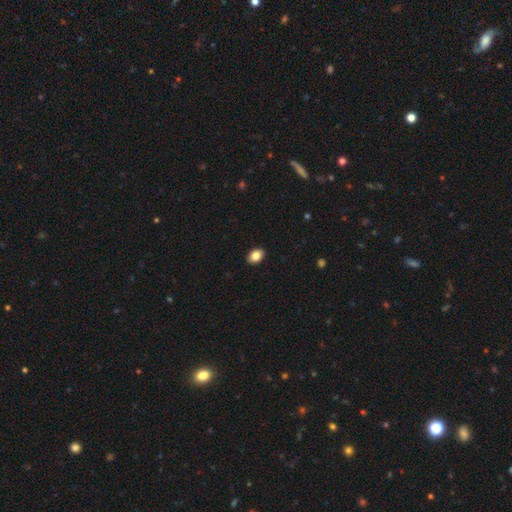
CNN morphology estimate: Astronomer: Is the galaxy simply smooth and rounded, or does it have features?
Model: smooth — 85%.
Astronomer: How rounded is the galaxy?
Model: in between — 75%.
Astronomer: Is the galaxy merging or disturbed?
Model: none — 91%.